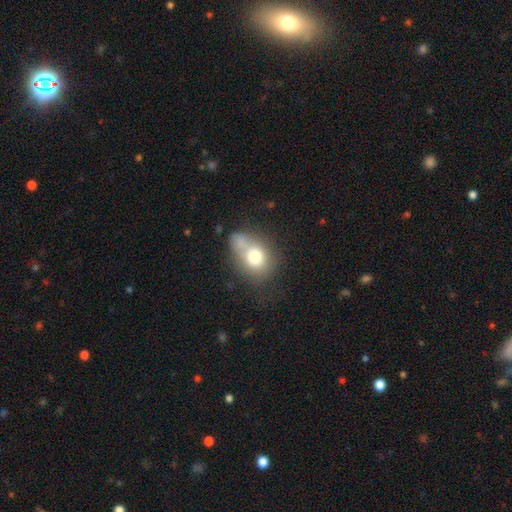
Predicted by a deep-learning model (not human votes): smooth_or_featured: smooth (p=0.72) [alt: featured or disk p=0.18]
how_rounded: in between (p=0.54) [alt: round p=0.44]
merging: merger (p=0.36) [alt: none p=0.32]